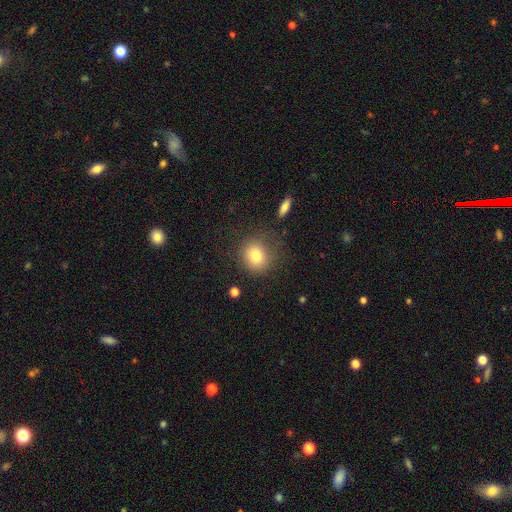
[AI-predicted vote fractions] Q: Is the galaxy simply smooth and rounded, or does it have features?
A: smooth — 80%.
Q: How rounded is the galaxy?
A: round — 82%.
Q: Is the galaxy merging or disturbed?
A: none — 79%.